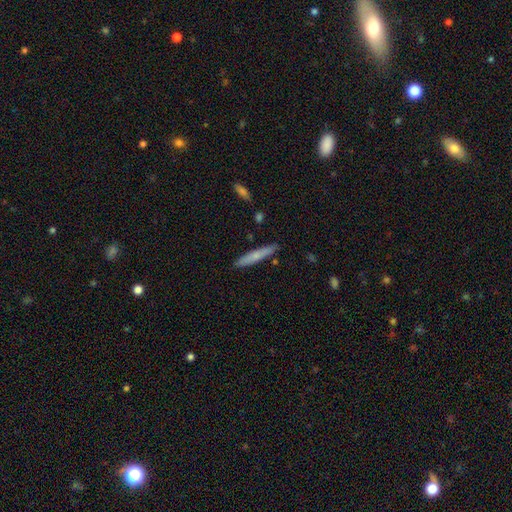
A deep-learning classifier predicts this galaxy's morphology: This is likely a smooth galaxy (60%). How rounded: clearly cigar-shaped (93%). Merging: clearly none (87%).